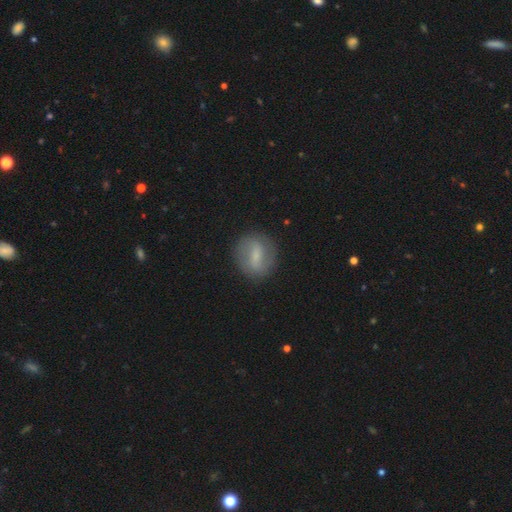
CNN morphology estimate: type=featured or disk (53%); edge-on=no (95%); merging=none (85%).